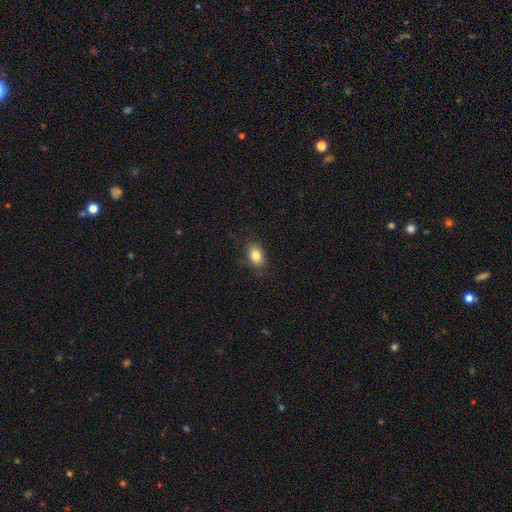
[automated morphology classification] A smooth galaxy with no disk features (85%) that is in between round and cigar-shaped (84%). Merging: none (84%).